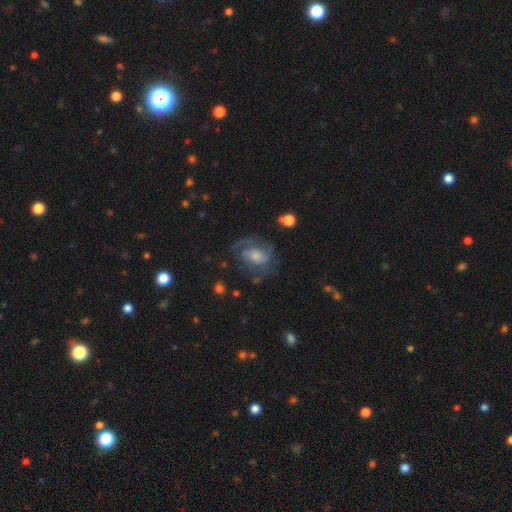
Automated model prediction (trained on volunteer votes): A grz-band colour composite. It shows a featured or disk galaxy (72%) with no bar (57%), 2 (48%) medium (45%) spiral arms (90%) and a moderate central bulge (36%). Merging: none (65%).